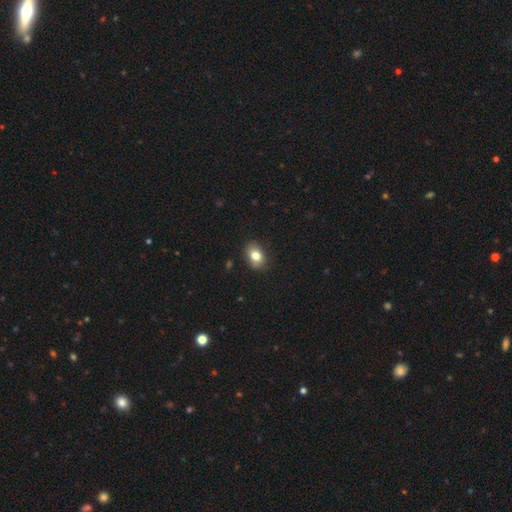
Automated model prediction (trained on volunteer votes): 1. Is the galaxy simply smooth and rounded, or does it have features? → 80% smooth, 11% featured or disk, 9% star or artifact.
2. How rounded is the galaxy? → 76% in between, 23% round, 1% cigar-shaped.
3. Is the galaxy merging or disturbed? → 86% none, 10% minor disturbance, 2% major disturbance, 1% merger.